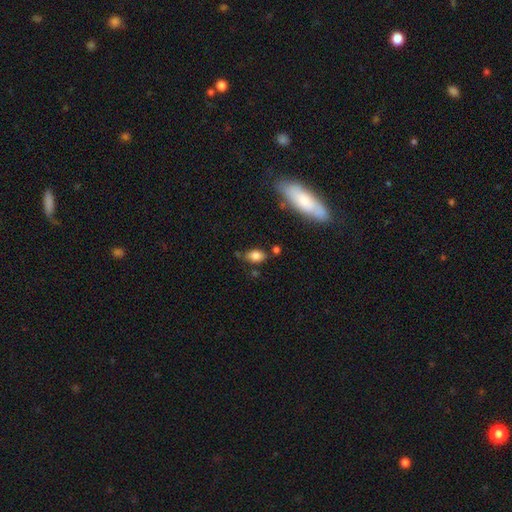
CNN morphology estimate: Overall: smooth (81%). How rounded: in between (83%). Merging: none (70%).